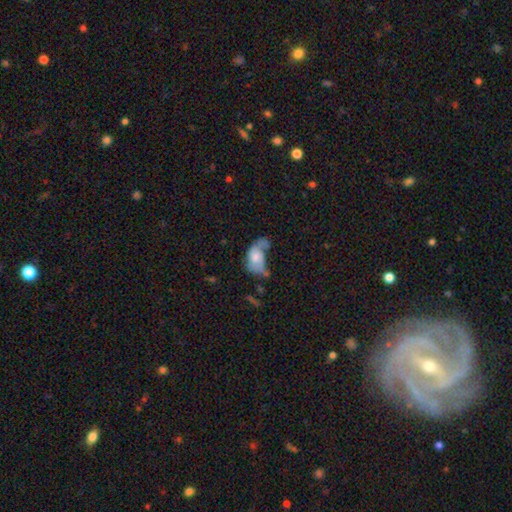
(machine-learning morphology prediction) smooth-or-featured: smooth: 49% | featured or disk: 42% | star or artifact: 9%
  merging: major disturbance: 41% | minor disturbance: 22% | none: 19% | merger: 18%